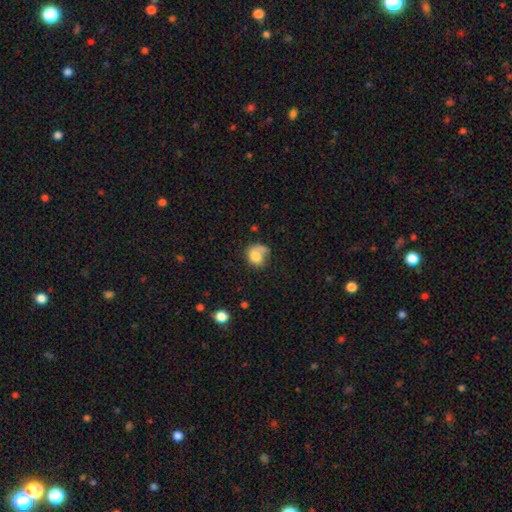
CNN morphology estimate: This appears to be a smooth galaxy with no disk features (68%) that is round (57%). Merging: none (43%).